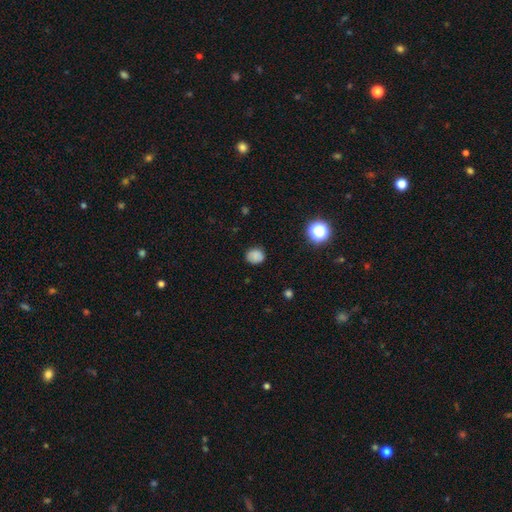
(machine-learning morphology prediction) smooth-or-featured: smooth: 81% | star or artifact: 12% | featured or disk: 7%
  how-rounded: round: 73% | in between: 26% | cigar-shaped: 1%
  merging: none: 80% | minor disturbance: 15% | major disturbance: 3% | merger: 1%